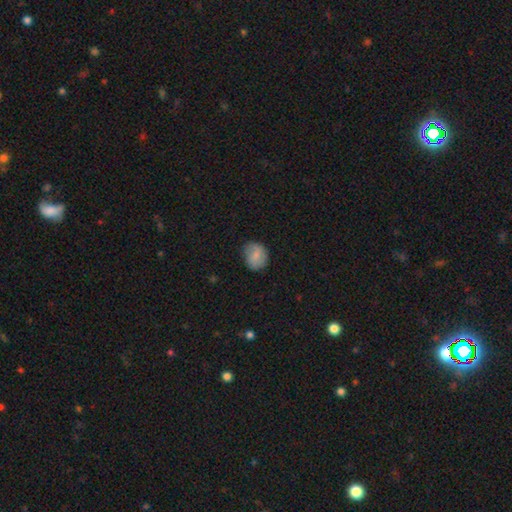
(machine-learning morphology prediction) This appears to be a smooth galaxy with no disk features (76%) that is round (59%). Merging: none (76%).